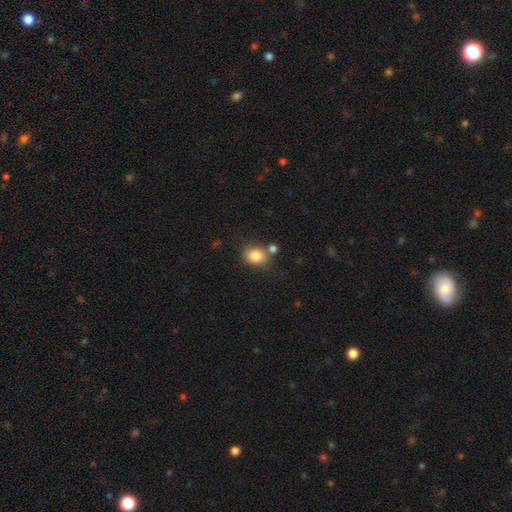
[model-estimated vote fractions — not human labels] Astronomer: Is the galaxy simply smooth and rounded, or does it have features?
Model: smooth — 83%.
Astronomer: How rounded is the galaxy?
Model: in between — 50% (runner-up: round, 49%).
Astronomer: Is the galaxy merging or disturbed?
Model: none — 67%.